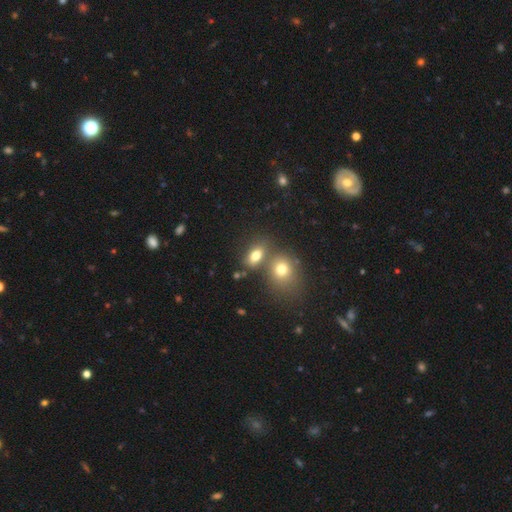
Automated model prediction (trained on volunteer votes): A smooth galaxy with no disk features (76%) that is in between round and cigar-shaped (77%). Merging: none (49%).